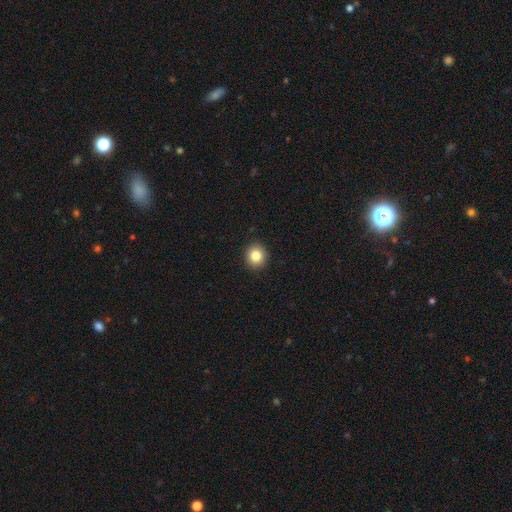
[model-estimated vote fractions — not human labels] Morphology: type=smooth (84%); roundness=round (86%); merging=none (92%).